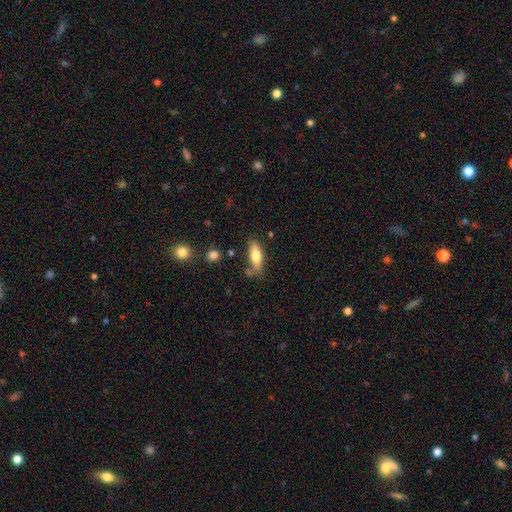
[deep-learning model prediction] Q: Smooth or featured?
A: smooth (69%); runner-up: featured or disk (24%)
Q: How rounded?
A: in between (65%); runner-up: cigar-shaped (32%)
Q: Merging?
A: none (64%); runner-up: minor disturbance (22%)